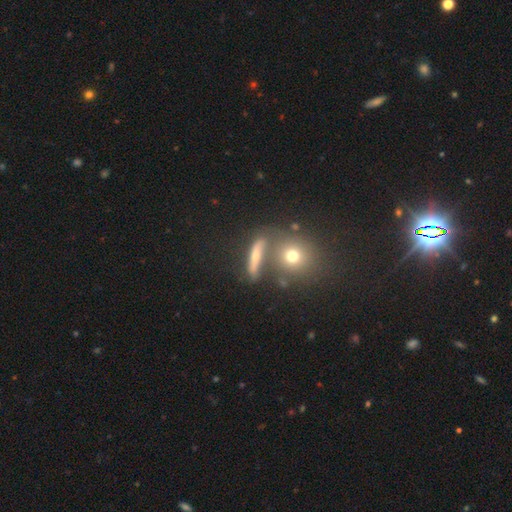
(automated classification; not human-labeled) The model was most divided on "how rounded": cigar-shaped: 45%, round: 32%, in between: 23%. More confident: merging — none (64%); smooth or featured — smooth (57%).